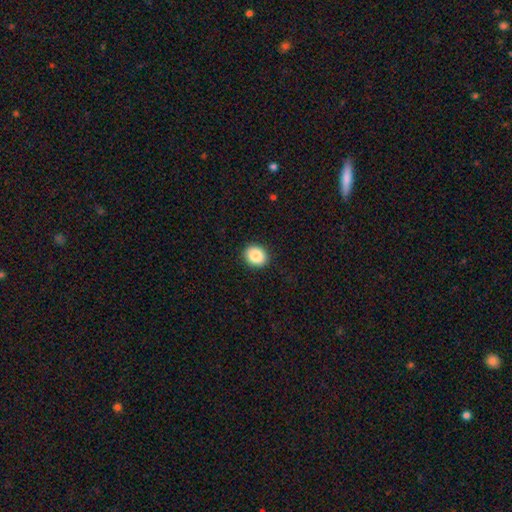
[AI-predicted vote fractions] Overall: smooth (87%). How rounded: round (66%; in between 33%). Merging: none (91%).